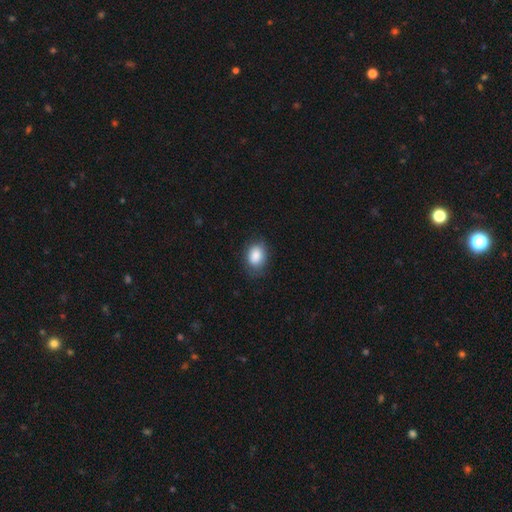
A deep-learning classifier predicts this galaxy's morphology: Smooth or featured: smooth — 87% (star or artifact — 8%)
How rounded: in between — 73% (round — 25%)
Merging: none — 76% (minor disturbance — 18%)